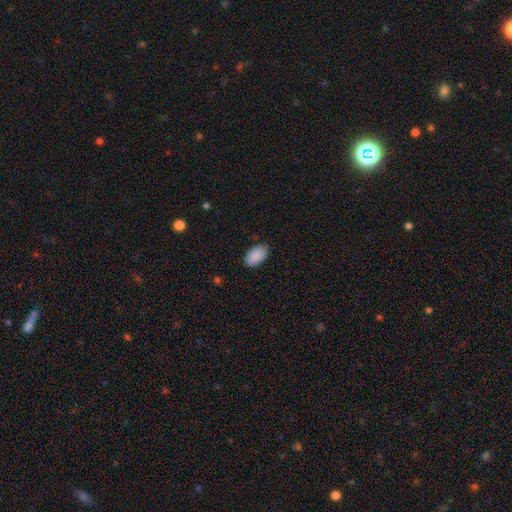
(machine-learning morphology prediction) Overall: smooth (90%). How rounded: in between (95%). Merging: none (86%).